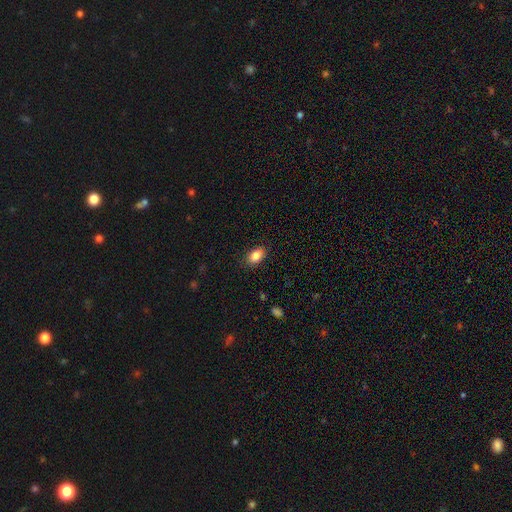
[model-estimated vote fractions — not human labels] Morphology: type=smooth (85%); roundness=in between (89%); merging=none (86%).